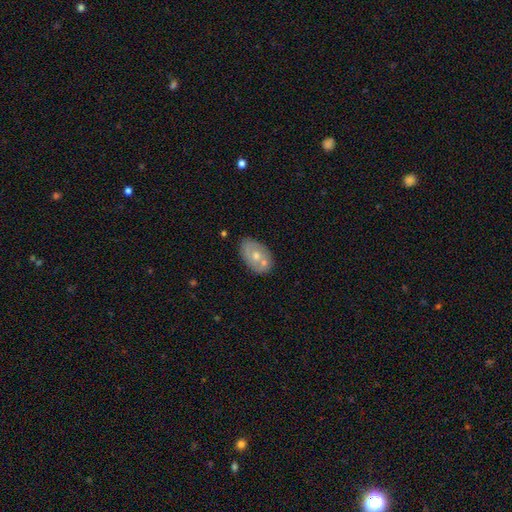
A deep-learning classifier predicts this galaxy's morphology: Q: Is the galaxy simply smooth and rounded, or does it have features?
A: featured or disk — 46%.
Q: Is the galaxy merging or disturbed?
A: none — 69%.